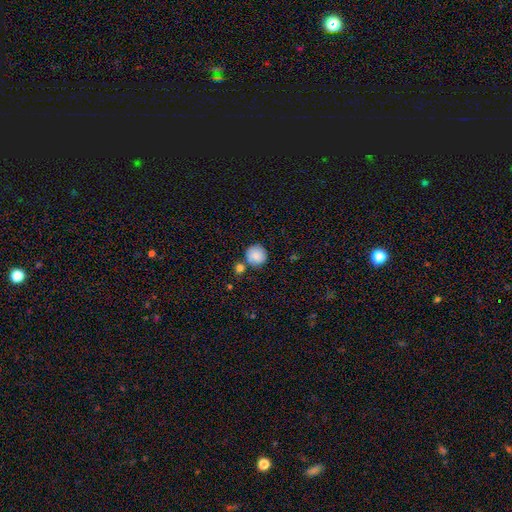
smooth_or_featured: smooth (p=0.90) [alt: featured or disk p=0.08]
how_rounded: round (p=1.00)
merging: none (p=0.84) [alt: merger p=0.11]